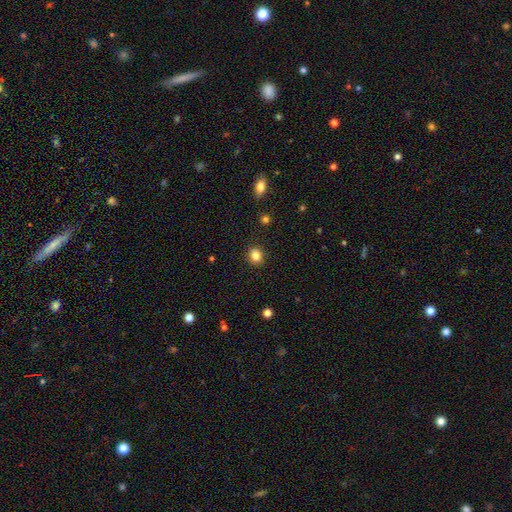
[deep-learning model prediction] Smooth or featured: smooth — 84% (star or artifact — 11%)
How rounded: round — 81% (in between — 18%)
Merging: none — 91% (minor disturbance — 6%)